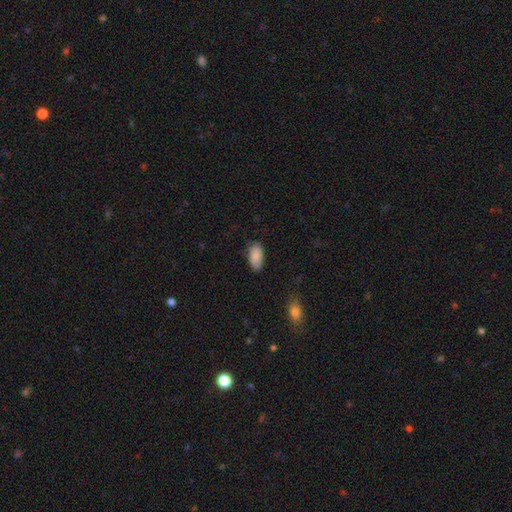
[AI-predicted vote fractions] The model was most divided on "merging": none: 77%, minor disturbance: 18%, major disturbance: 3%, merger: 1%. More confident: how rounded — in between (94%); smooth or featured — smooth (88%).